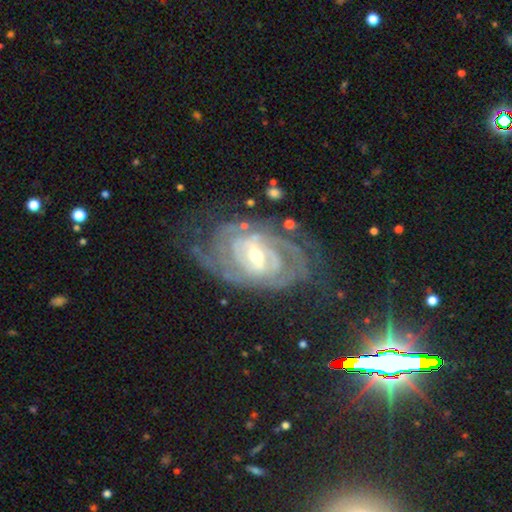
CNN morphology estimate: The model was most divided on "spiral arm count" (2-way tie): 2: 29%, can't tell: 29%, 3: 18%, 4: 12%, more than 4: 7%, 1: 6%. Remaining: spiral arms — yes (97%); edge-on disk — no (96%); smooth or featured — featured or disk (89%); spiral winding — tight (73%); merging — none (70%); bulge size — small (52%); bar — weak (44%).